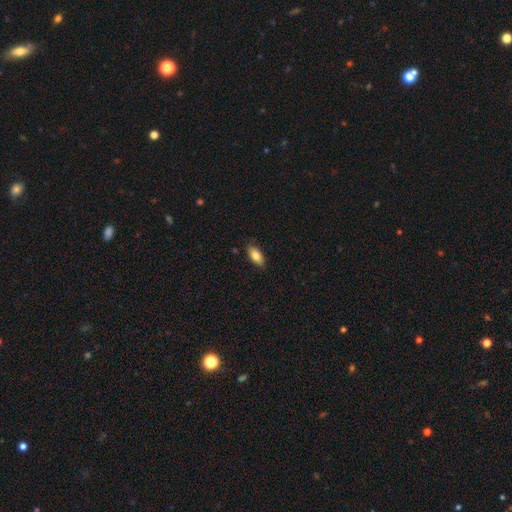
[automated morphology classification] smooth-or-featured: smooth: 83% | featured or disk: 11% | star or artifact: 7%
  how-rounded: in between: 88% | cigar-shaped: 10% | round: 3%
  merging: none: 84% | minor disturbance: 13% | major disturbance: 2% | merger: 1%